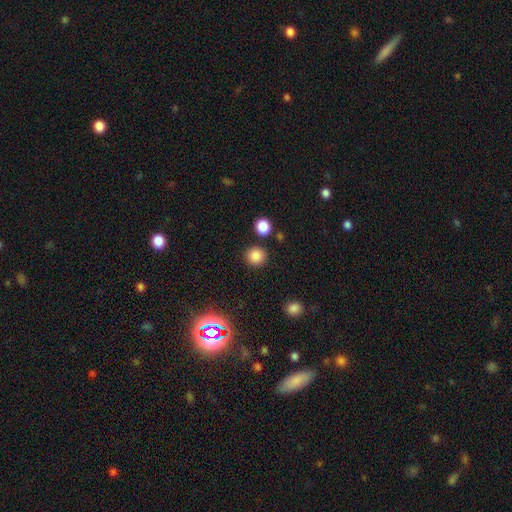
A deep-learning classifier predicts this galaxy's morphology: A smooth galaxy with no disk features (84%) that is round (92%). Merging: none (87%).